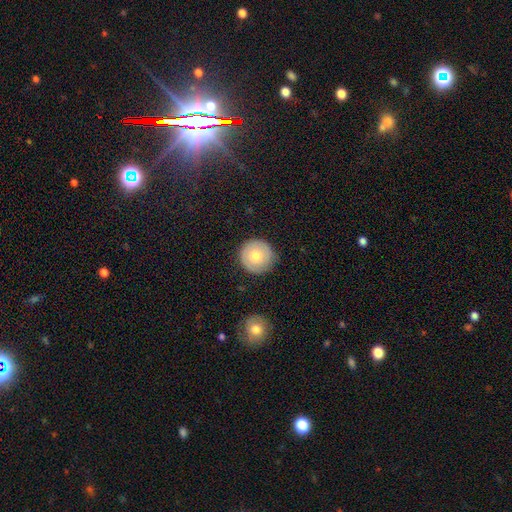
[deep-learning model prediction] Q: Smooth or featured?
A: smooth (70%); runner-up: featured or disk (24%)
Q: How rounded?
A: round (96%); runner-up: in between (3%)
Q: Merging?
A: none (88%); runner-up: minor disturbance (9%)